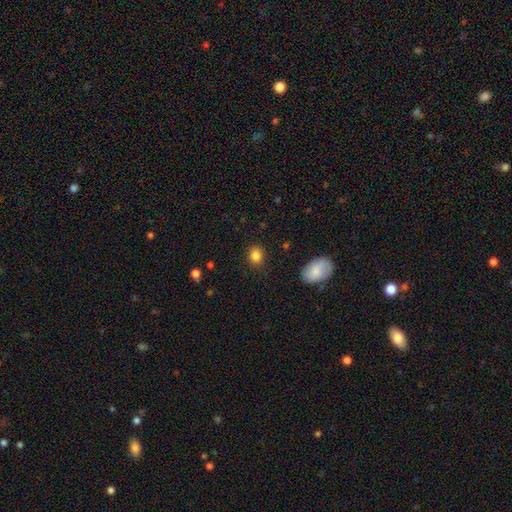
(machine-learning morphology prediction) Smooth or featured?
  - smooth: 85% *
  - star or artifact: 10%
  - featured or disk: 5%
How rounded?
  - round: 62% *
  - in between: 37%
  - cigar-shaped: 1%
Merging?
  - none: 87% *
  - minor disturbance: 9%
  - major disturbance: 2%
  - merger: 1%